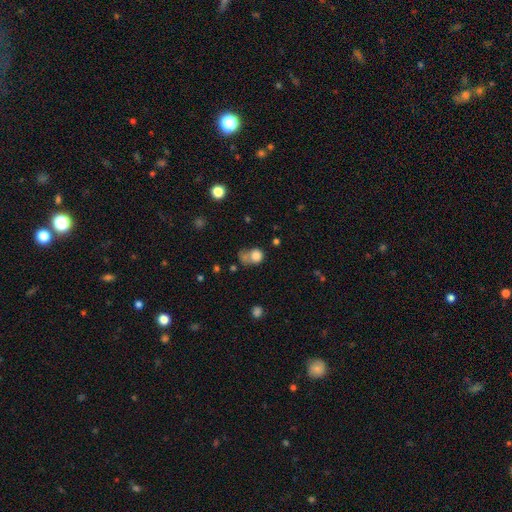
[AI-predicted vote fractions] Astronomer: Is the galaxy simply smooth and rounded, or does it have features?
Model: smooth — 80%.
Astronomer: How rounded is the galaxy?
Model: round — 72%.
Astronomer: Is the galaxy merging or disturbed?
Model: none — 36% (runner-up: merger, 28%).